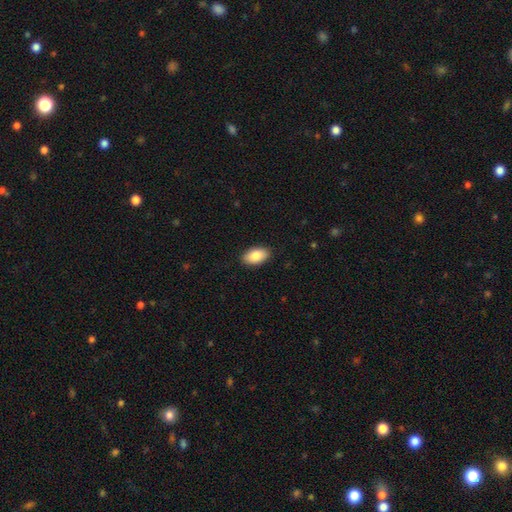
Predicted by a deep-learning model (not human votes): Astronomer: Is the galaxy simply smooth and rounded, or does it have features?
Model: smooth — 87%.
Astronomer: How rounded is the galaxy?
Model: in between — 94%.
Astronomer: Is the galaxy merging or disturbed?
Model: none — 89%.